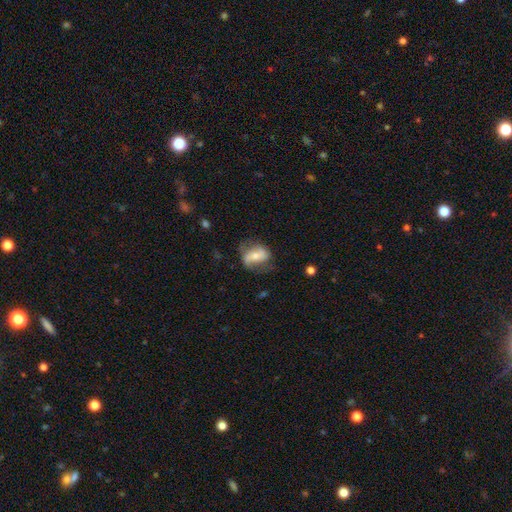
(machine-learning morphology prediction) type=featured or disk (57%); edge-on=no (95%); bar=no (43%); spiral arms=yes (80%); bulge=moderate (48%); merging=none (55%).